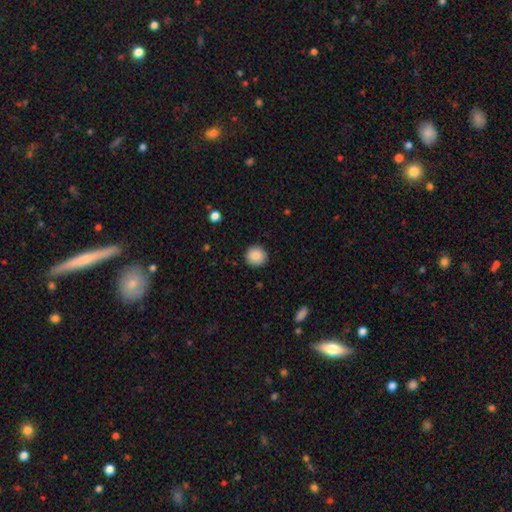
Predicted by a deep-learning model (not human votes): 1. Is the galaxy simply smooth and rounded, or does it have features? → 87% smooth, 8% star or artifact, 4% featured or disk.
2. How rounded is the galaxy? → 92% round, 7% in between, 1% cigar-shaped.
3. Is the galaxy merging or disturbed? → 91% none, 6% minor disturbance, 2% major disturbance, 1% merger.